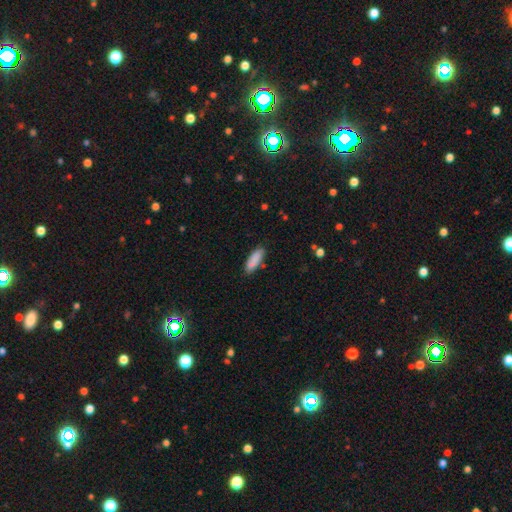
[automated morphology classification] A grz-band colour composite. It shows a smooth galaxy with no disk features (85%) that is in between round and cigar-shaped (58%). Merging: none (80%).